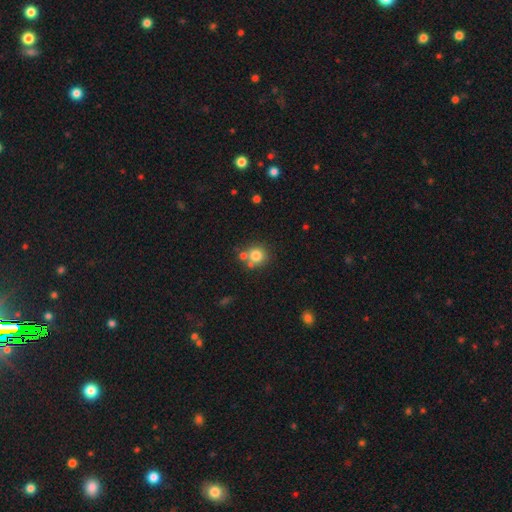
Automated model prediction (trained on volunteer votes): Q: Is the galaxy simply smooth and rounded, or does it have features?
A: smooth — 78%.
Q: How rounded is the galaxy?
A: round — 90%.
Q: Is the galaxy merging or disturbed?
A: none — 64%.